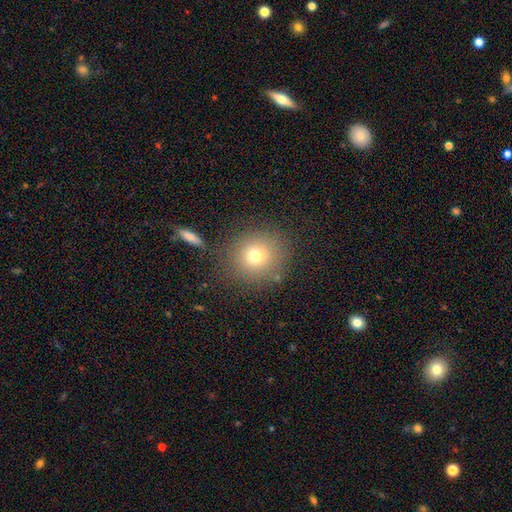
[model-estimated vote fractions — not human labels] Smooth or featured? smooth (73%)
How rounded? round (88%)
Merging? none (82%)